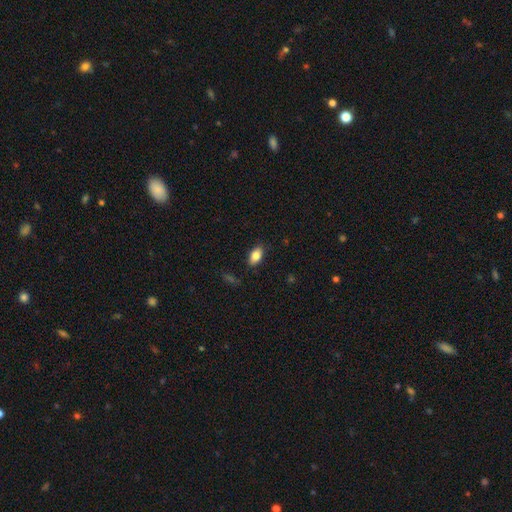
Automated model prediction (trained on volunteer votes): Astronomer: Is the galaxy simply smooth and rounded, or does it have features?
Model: smooth — 82%.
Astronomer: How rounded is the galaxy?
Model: in between — 90%.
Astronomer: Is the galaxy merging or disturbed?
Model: none — 86%.